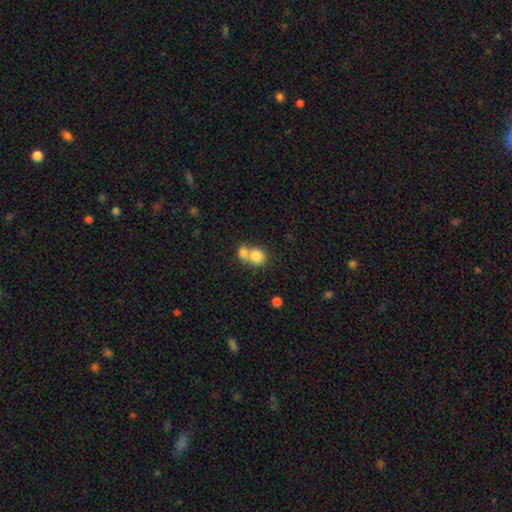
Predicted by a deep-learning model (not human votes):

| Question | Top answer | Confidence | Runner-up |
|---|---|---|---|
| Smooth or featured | smooth | 81% | featured or disk (10%) |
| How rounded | round | 72% | in between (27%) |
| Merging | merger | 63% | none (28%) |